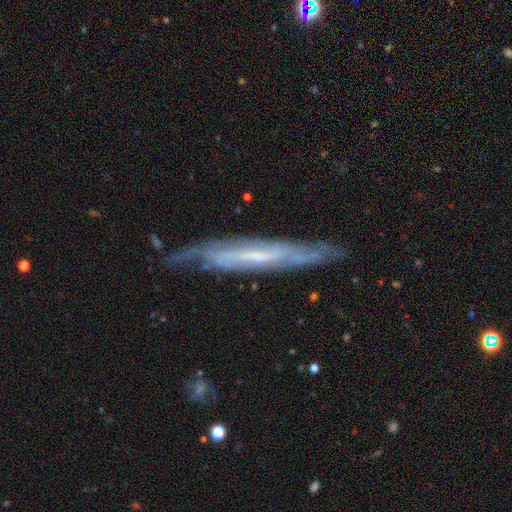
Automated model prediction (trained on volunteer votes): The model was most divided on "edge-on disk": yes: 64%, no: 36%. More confident: smooth or featured — featured or disk (77%); merging — none (72%).